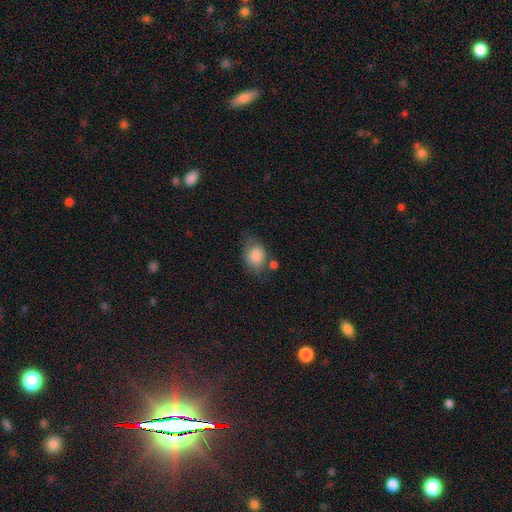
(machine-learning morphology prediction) Smooth or featured: smooth — 82% (featured or disk — 10%)
How rounded: in between — 63% (round — 36%)
Merging: none — 52% (minor disturbance — 28%)